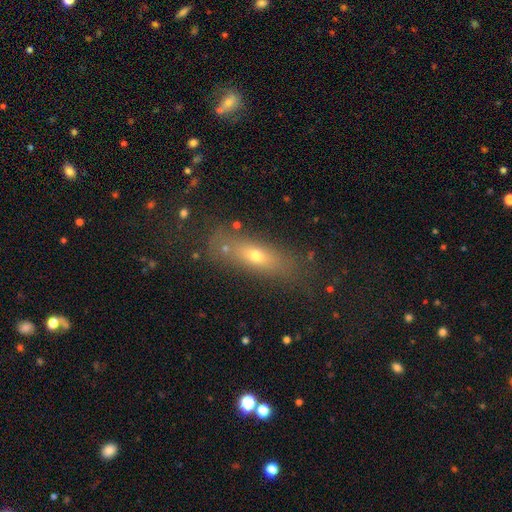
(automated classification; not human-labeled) This is possibly a smooth galaxy (58%). How rounded: possibly cigar-shaped (50%). Merging: likely none (73%).